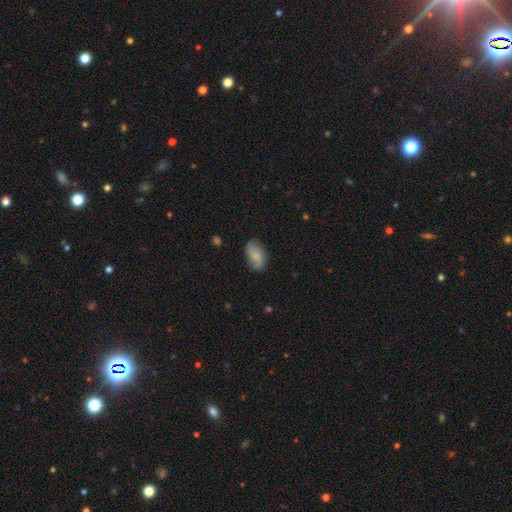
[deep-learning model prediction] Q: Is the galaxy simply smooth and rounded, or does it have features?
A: smooth — 61%.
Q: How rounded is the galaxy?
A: in between — 91%.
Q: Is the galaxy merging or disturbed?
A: none — 74%.